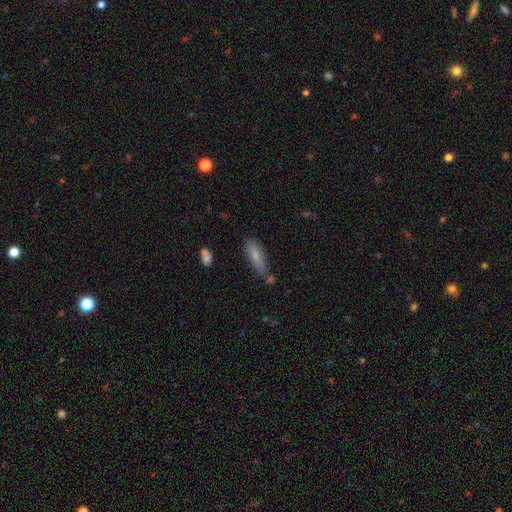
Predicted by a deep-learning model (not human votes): This appears to be a smooth galaxy with no disk features (74%) that is cigar-shaped (57%). Merging: none (70%).